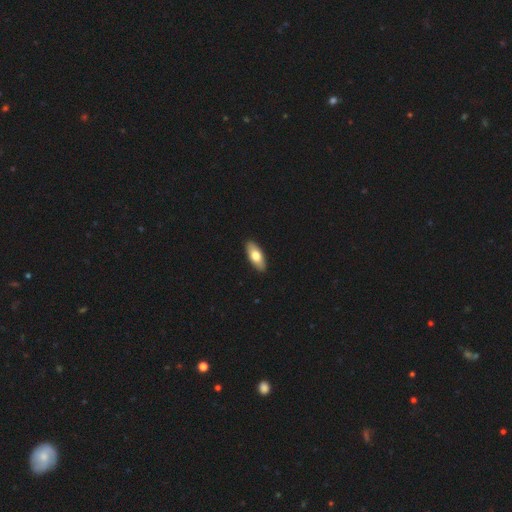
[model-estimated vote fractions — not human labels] smooth_or_featured: smooth (p=0.72) [alt: featured or disk p=0.23]
how_rounded: in between (p=0.82) [alt: cigar-shaped p=0.16]
merging: none (p=0.91) [alt: minor disturbance p=0.07]